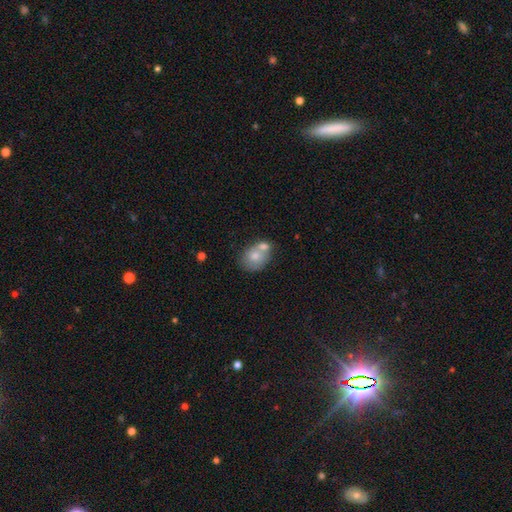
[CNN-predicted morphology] This is likely a smooth galaxy (69%). How rounded: possibly in between (51%). Merging: possibly merger (48%).